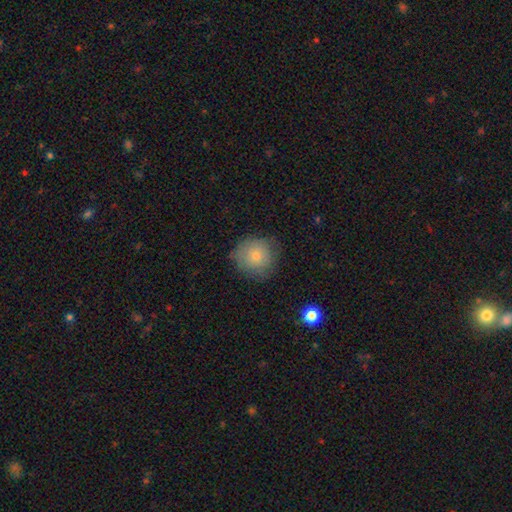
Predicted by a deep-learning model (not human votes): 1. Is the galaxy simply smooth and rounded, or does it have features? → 78% smooth, 14% featured or disk, 9% star or artifact.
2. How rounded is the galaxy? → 90% round, 9% in between, 1% cigar-shaped.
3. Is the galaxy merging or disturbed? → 74% none, 19% minor disturbance, 5% major disturbance, 1% merger.